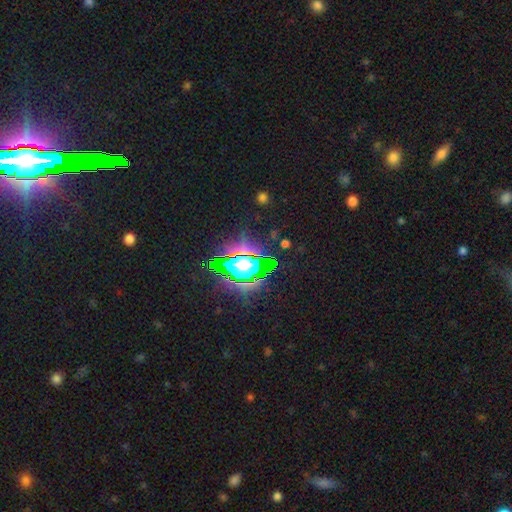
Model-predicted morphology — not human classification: star or artifact 72%, smooth 15%, featured or disk 13%.